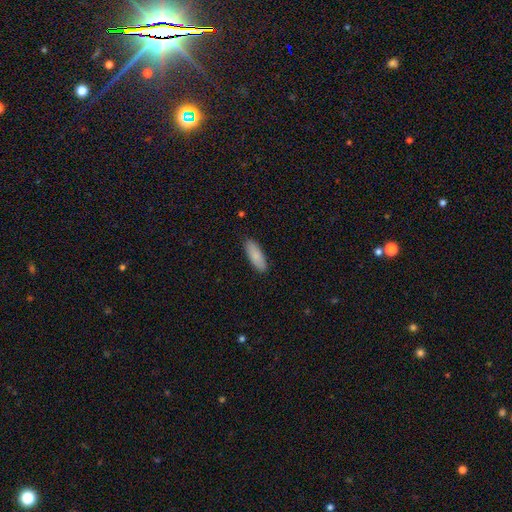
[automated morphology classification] smooth-or-featured: smooth: 86% | featured or disk: 8% | star or artifact: 6%
  how-rounded: in between: 68% | cigar-shaped: 30% | round: 2%
  merging: none: 89% | minor disturbance: 8% | major disturbance: 2% | merger: 1%